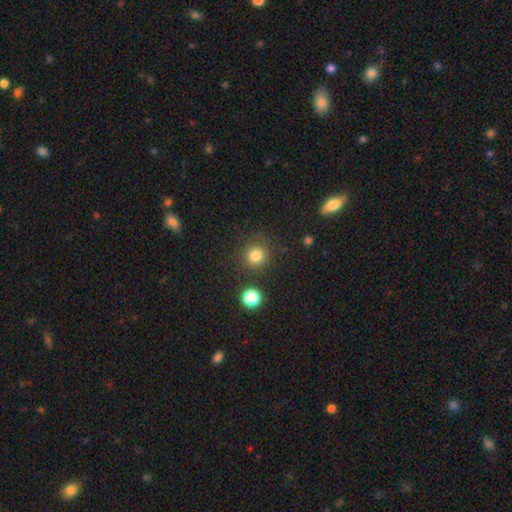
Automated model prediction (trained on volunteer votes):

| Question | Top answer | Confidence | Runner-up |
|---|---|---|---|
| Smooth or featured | smooth | 81% | star or artifact (14%) |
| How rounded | round | 92% | in between (7%) |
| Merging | none | 83% | minor disturbance (9%) |